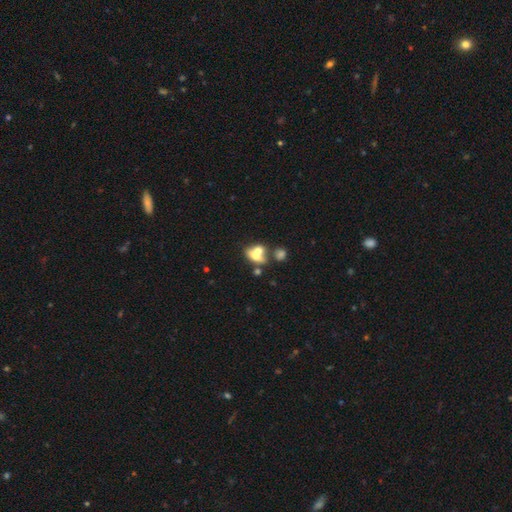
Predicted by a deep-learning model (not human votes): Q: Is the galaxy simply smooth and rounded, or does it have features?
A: smooth — 58%.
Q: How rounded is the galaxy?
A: in between — 65%.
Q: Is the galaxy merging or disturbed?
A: merger — 58%.